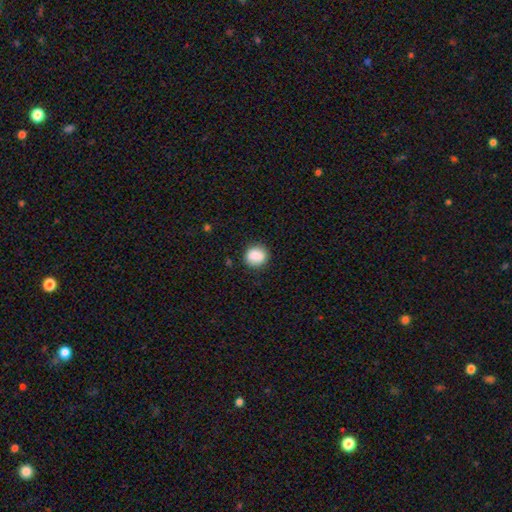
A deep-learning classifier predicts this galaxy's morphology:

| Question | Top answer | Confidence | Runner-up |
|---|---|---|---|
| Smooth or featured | smooth | 87% | star or artifact (8%) |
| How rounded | round | 77% | in between (22%) |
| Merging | none | 85% | minor disturbance (10%) |